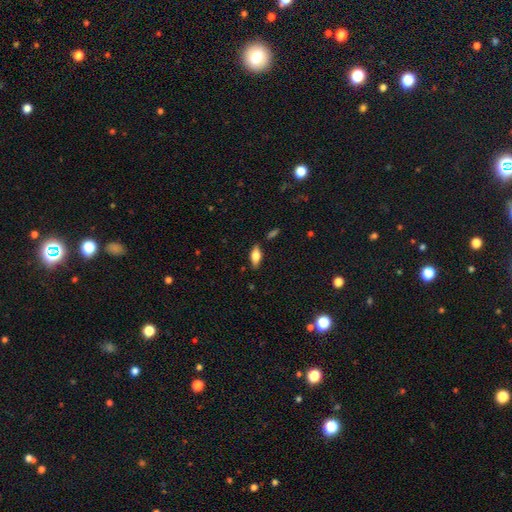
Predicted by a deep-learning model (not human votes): smooth_or_featured: smooth (p=0.64) [alt: featured or disk p=0.29]
how_rounded: in between (p=0.80) [alt: cigar-shaped p=0.17]
merging: none (p=0.83) [alt: minor disturbance p=0.12]